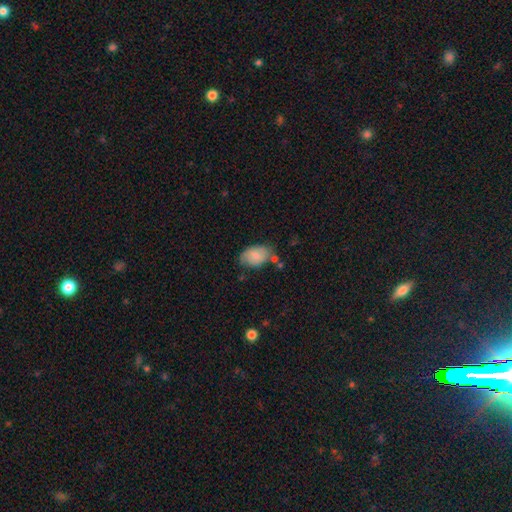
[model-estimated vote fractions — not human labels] This is likely a smooth galaxy (78%). How rounded: clearly in between (89%). Merging: likely none (65%).